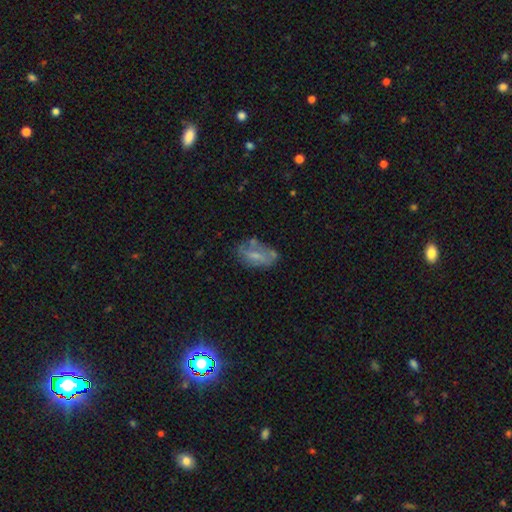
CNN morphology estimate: smooth_or_featured: featured or disk (p=0.48) [alt: smooth p=0.43]
merging: none (p=0.50) [alt: minor disturbance p=0.26]